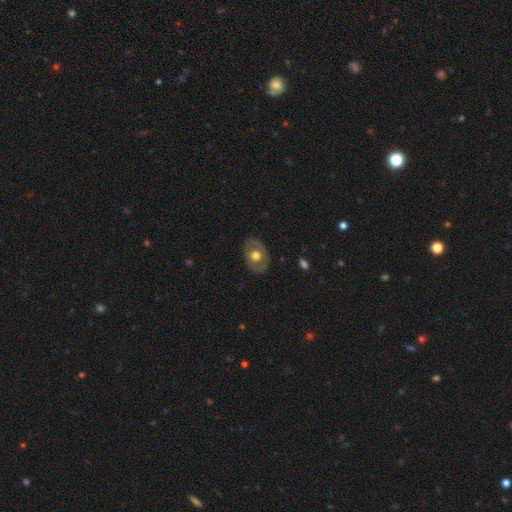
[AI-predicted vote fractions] The model was most divided on "smooth or featured": smooth: 49%, featured or disk: 45%, star or artifact: 6%. More confident: merging — none (81%).